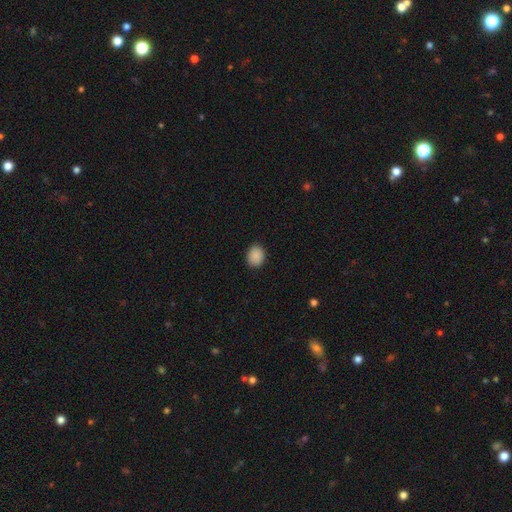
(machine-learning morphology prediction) A smooth galaxy with no disk features (89%) that is in between round and cigar-shaped (51%). Merging: none (89%).